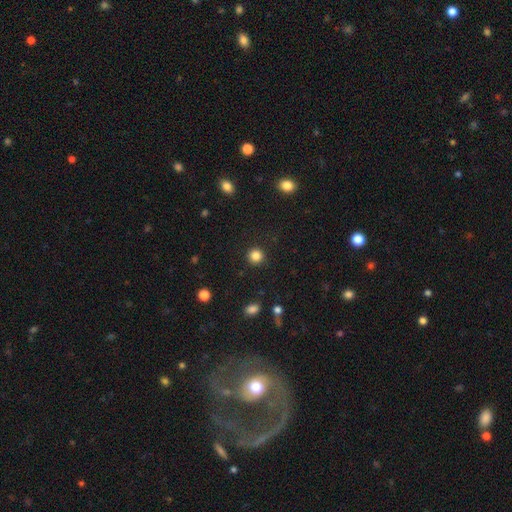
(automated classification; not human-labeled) Smooth or featured? smooth (85%)
How rounded? round (94%)
Merging? none (91%)